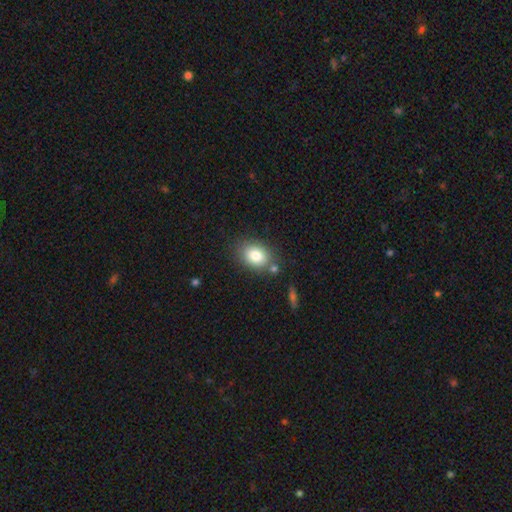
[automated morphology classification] Smooth or featured: smooth — 82% (featured or disk — 9%)
How rounded: in between — 66% (round — 33%)
Merging: none — 73% (minor disturbance — 13%)